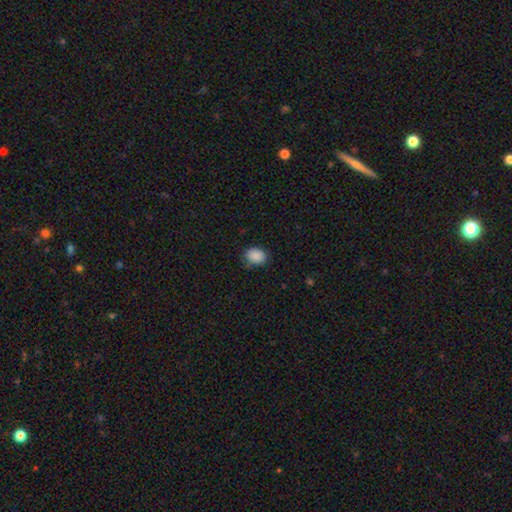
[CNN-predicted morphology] Smooth or featured? Predicted: smooth (p=0.89). How rounded? Predicted: in between (p=0.62). Merging? Predicted: none (p=0.76).